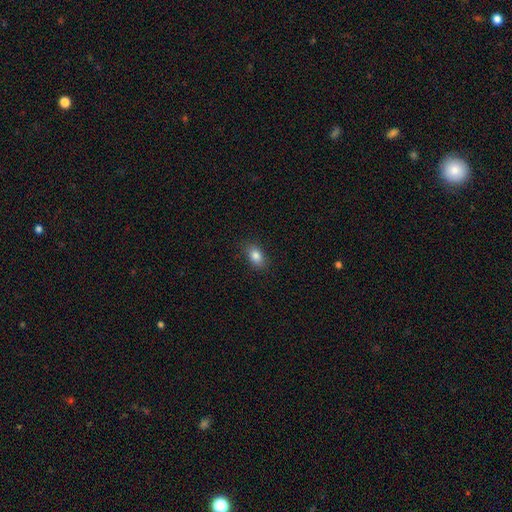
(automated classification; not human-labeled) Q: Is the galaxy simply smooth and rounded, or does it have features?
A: smooth — 84%.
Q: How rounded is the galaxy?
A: in between — 85%.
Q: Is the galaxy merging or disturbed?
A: none — 85%.